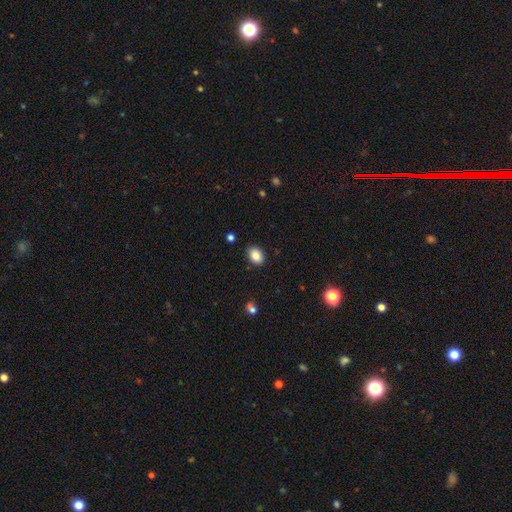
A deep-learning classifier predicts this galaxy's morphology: Q: Smooth or featured?
A: smooth (88%); runner-up: star or artifact (9%)
Q: How rounded?
A: in between (74%); runner-up: round (25%)
Q: Merging?
A: none (88%); runner-up: minor disturbance (9%)